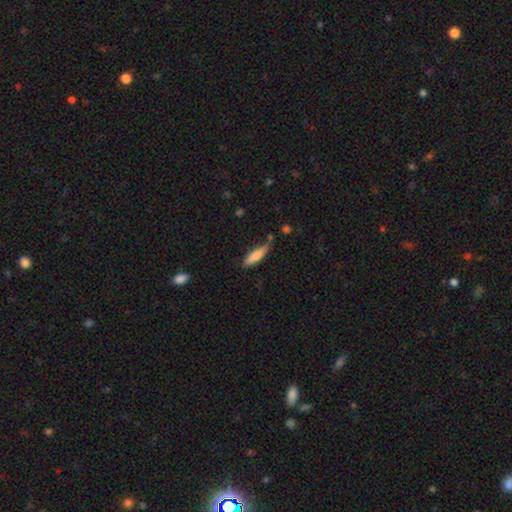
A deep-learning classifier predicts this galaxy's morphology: Smooth or featured? smooth (82%)
How rounded? cigar-shaped (69%)
Merging? none (66%)